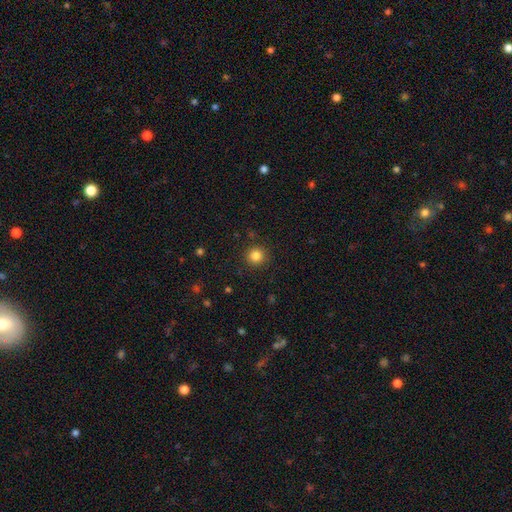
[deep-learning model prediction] smooth 84%, star or artifact 12%, featured or disk 5%. Down the decision tree: how rounded — round (95%); merging — none (91%).